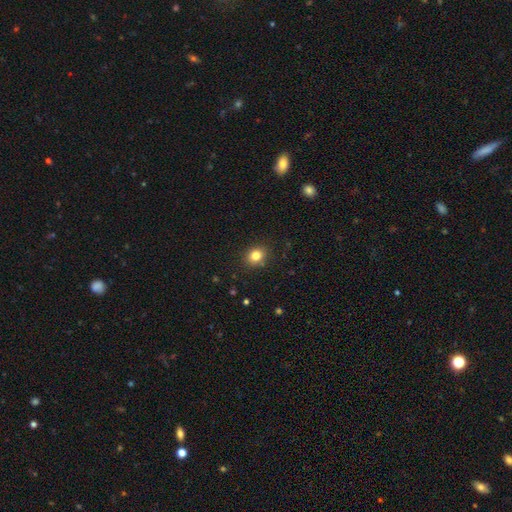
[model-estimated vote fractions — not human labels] Q: Smooth or featured?
A: smooth (82%); runner-up: star or artifact (12%)
Q: How rounded?
A: round (71%); runner-up: in between (28%)
Q: Merging?
A: none (89%); runner-up: minor disturbance (8%)